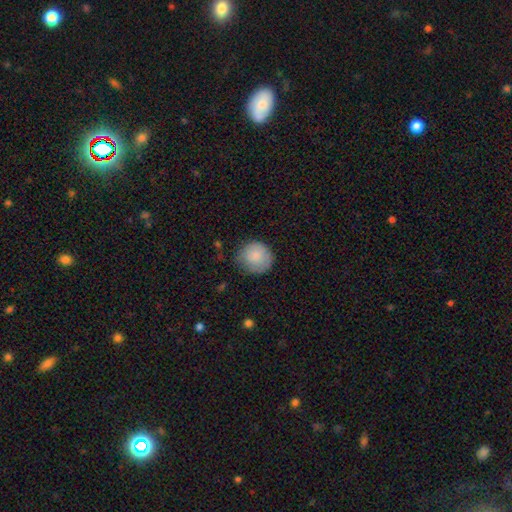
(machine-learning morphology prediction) Smooth or featured? Predicted: smooth (p=0.83). How rounded? Predicted: round (p=0.89). Merging? Predicted: none (p=0.66).